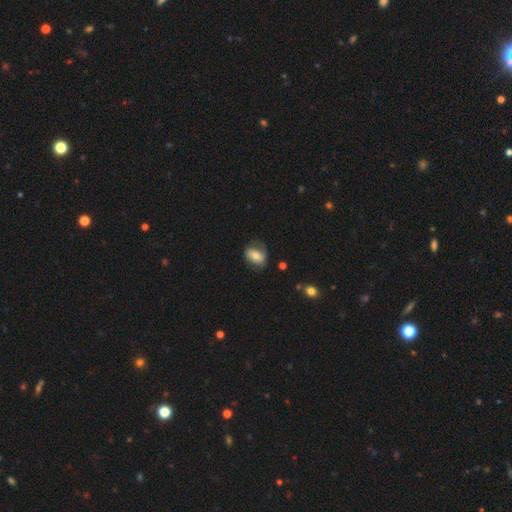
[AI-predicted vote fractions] smooth-or-featured: smooth: 52% | featured or disk: 41% | star or artifact: 8%
  how-rounded: in between: 73% | round: 25% | cigar-shaped: 2%
  merging: none: 58% | minor disturbance: 27% | major disturbance: 14% | merger: 2%